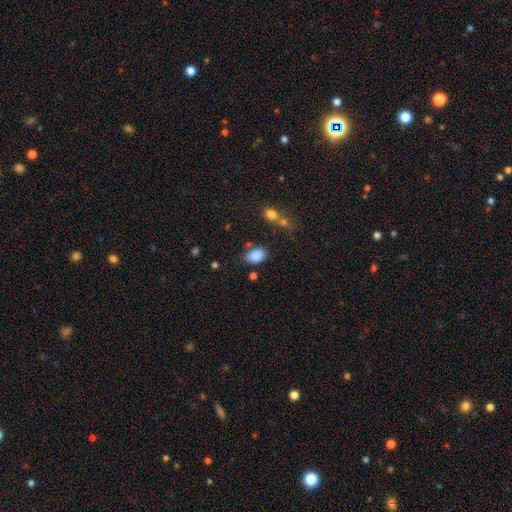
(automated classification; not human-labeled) This appears to be a smooth galaxy with no disk features (85%) that is in between round and cigar-shaped (84%). Merging: none (73%).